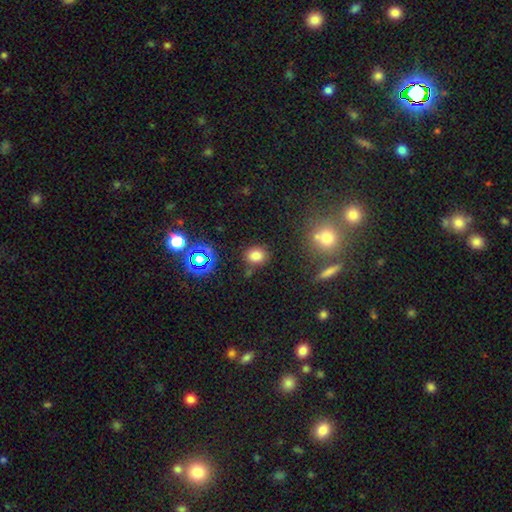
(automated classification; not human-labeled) Smooth or featured? Predicted: smooth (p=0.76). How rounded? Predicted: round (p=0.63). Merging? Predicted: none (p=0.79).